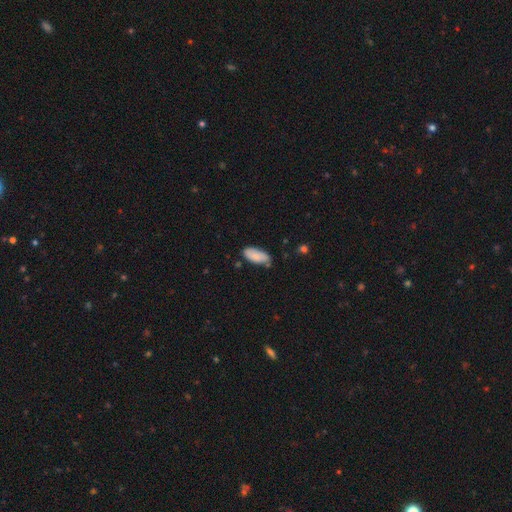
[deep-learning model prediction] The model was most divided on "merging": none: 66%, minor disturbance: 26%, major disturbance: 4%, merger: 4%. More confident: how rounded — in between (88%); smooth or featured — smooth (85%).